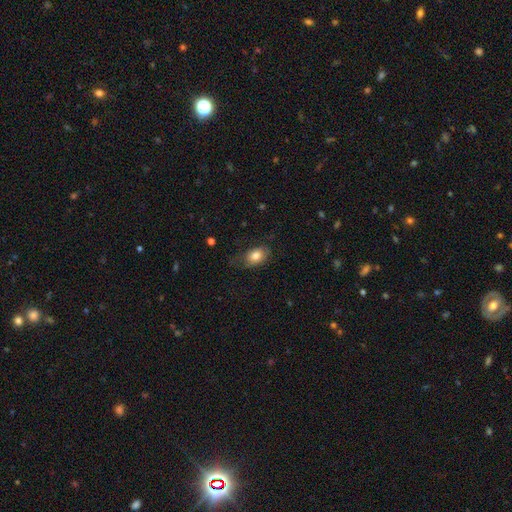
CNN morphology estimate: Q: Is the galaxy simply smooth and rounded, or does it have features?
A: smooth — 80%.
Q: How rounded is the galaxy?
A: in between — 85%.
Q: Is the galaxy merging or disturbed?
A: none — 61%.